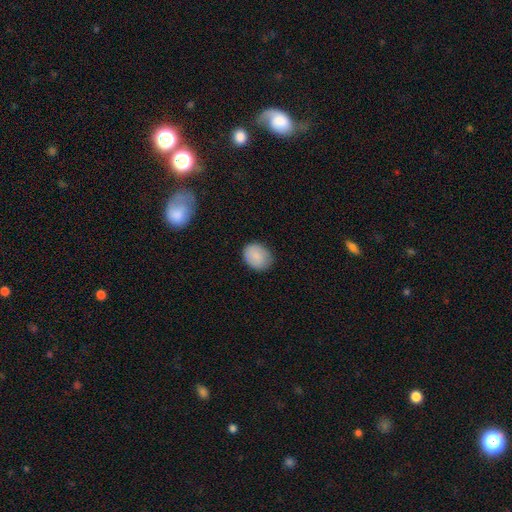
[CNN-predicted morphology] This is clearly a smooth galaxy (85%). How rounded: possibly in between (50%). Merging: clearly none (82%).